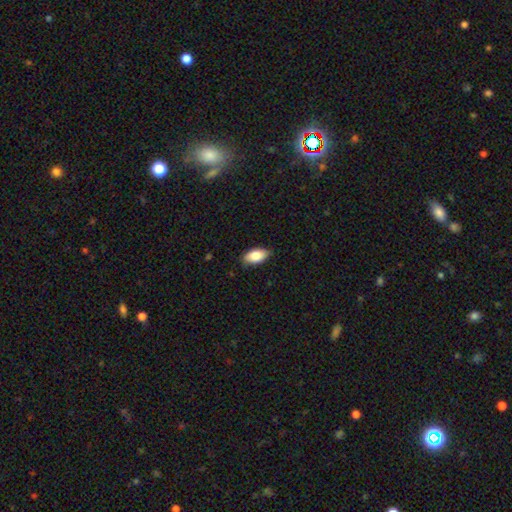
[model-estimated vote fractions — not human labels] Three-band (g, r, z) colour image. It shows a smooth galaxy with no disk features (83%) that is in between round and cigar-shaped (92%). Merging: none (82%).